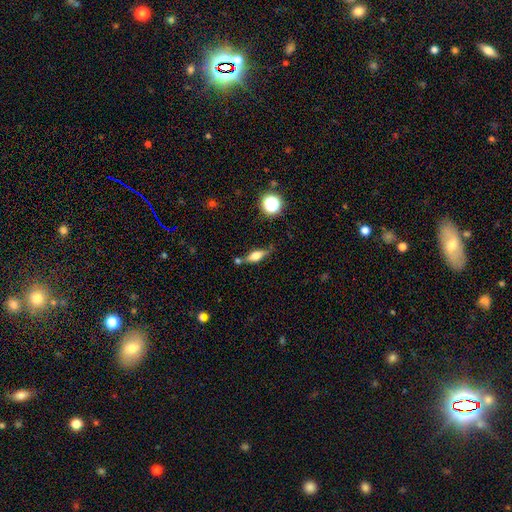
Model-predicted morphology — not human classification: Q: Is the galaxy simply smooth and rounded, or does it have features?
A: smooth — 49%.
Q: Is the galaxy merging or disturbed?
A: none — 67%.